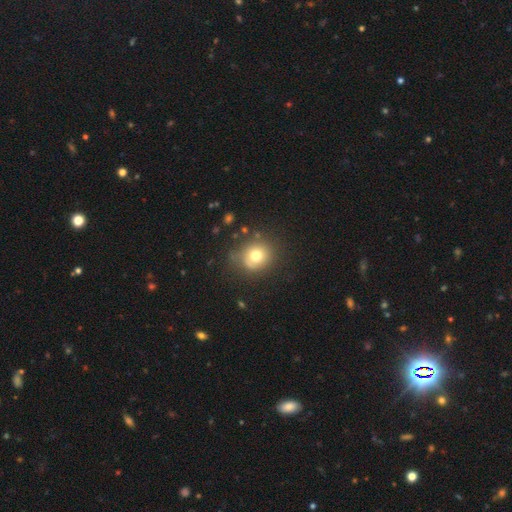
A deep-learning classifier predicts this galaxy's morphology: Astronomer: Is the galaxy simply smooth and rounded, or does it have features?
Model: smooth — 72%.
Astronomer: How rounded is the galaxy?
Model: round — 82%.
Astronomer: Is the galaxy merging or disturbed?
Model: none — 71%.